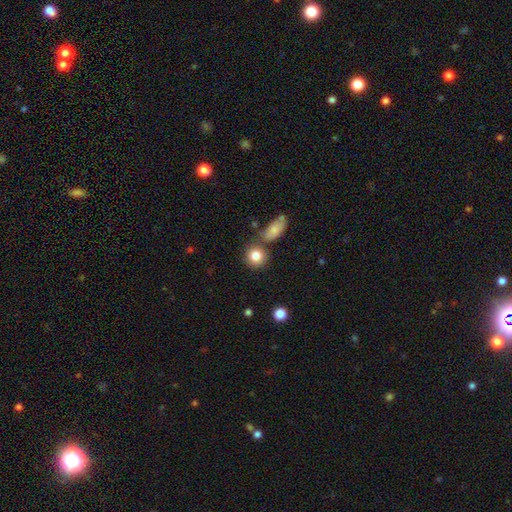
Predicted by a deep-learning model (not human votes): Smooth or featured? Predicted: smooth (p=0.83). How rounded? Predicted: round (p=0.85). Merging? Predicted: none (p=0.70).